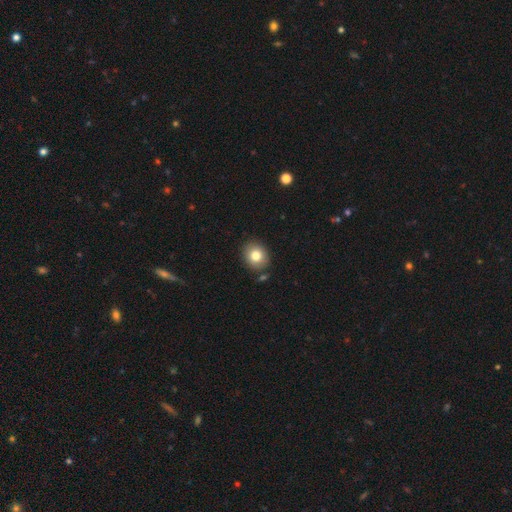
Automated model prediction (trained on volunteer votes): The model was most divided on "how rounded": round: 74%, in between: 25%, cigar-shaped: 1%. More confident: merging — none (84%); smooth or featured — smooth (80%).